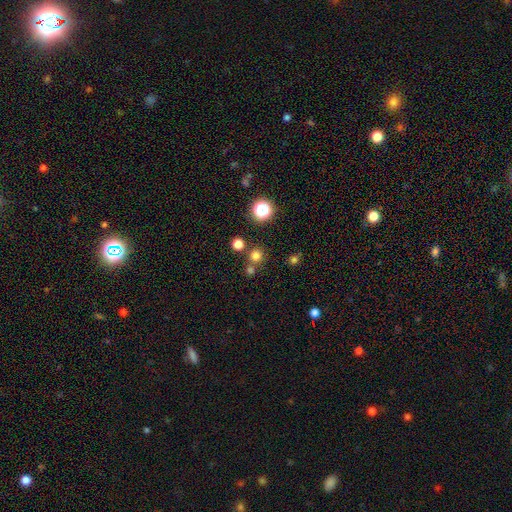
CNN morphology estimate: Smooth or featured? Predicted: smooth (p=0.73). How rounded? Predicted: round (p=0.93). Merging? Predicted: none (p=0.74).